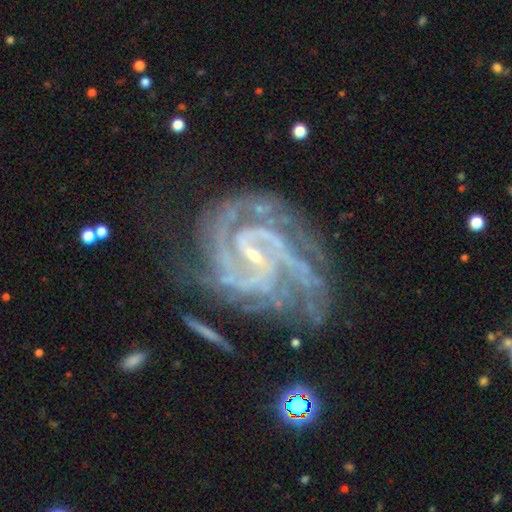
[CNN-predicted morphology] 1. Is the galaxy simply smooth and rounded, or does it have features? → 92% featured or disk, 5% star or artifact, 2% smooth.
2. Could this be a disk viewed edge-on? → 98% no, 2% yes.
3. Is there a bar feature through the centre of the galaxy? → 47% weak, 27% no, 26% strong.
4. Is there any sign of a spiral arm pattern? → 99% yes, 1% no.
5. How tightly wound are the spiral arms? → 58% tight, 37% medium, 5% loose.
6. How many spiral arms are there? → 38% 2, 24% 3, 12% 4, 12% can't tell, 7% more than 4, 7% 1.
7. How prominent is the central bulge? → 81% small, 12% moderate, 4% none, 1% large, 1% dominant.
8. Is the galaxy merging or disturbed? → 56% none, 24% minor disturbance, 16% major disturbance, 3% merger.